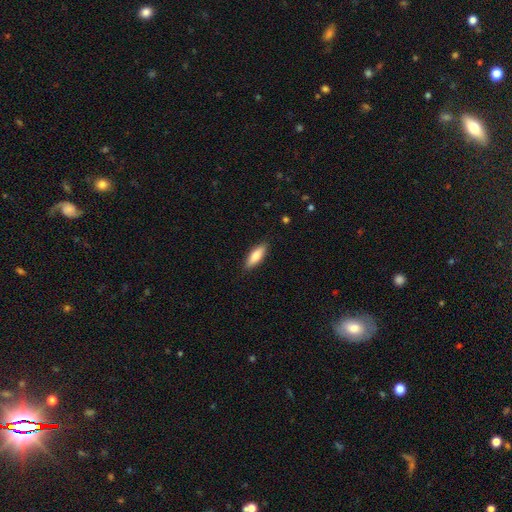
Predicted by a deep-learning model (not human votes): This appears to be a smooth galaxy with no disk features (79%) that is in between round and cigar-shaped (60%). Merging: none (88%).